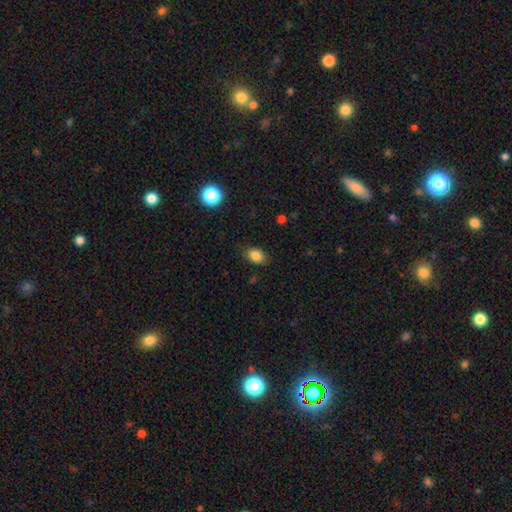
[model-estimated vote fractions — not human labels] smooth_or_featured: smooth (p=0.85) [alt: star or artifact p=0.10]
how_rounded: in between (p=0.79) [alt: round p=0.20]
merging: none (p=0.82) [alt: minor disturbance p=0.13]